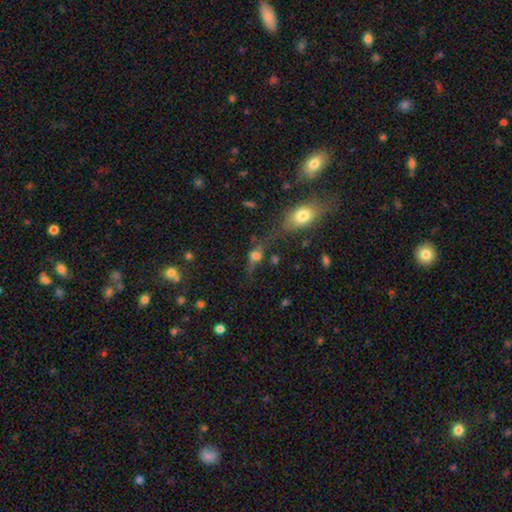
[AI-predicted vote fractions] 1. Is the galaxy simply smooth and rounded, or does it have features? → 47% smooth, 33% featured or disk, 20% star or artifact.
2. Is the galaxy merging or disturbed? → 46% none, 19% major disturbance, 17% minor disturbance, 17% merger.